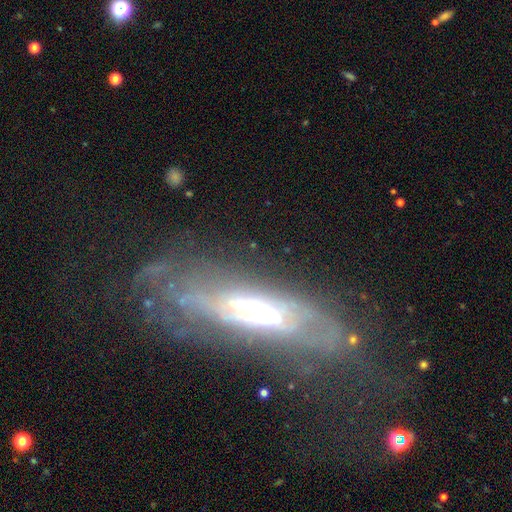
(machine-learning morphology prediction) This is likely a featured or disk galaxy (75%). It is likely not viewed edge-on (63%). Merging: possibly none (51%).